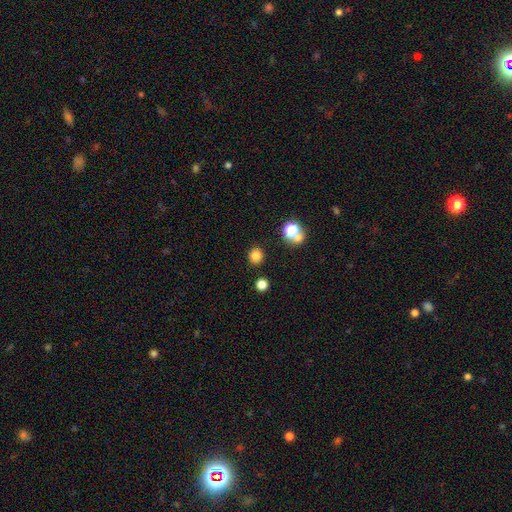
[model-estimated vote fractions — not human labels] smooth-or-featured: smooth: 81% | star or artifact: 15% | featured or disk: 5%
  how-rounded: round: 84% | in between: 15% | cigar-shaped: 1%
  merging: none: 86% | minor disturbance: 7% | merger: 4% | major disturbance: 3%